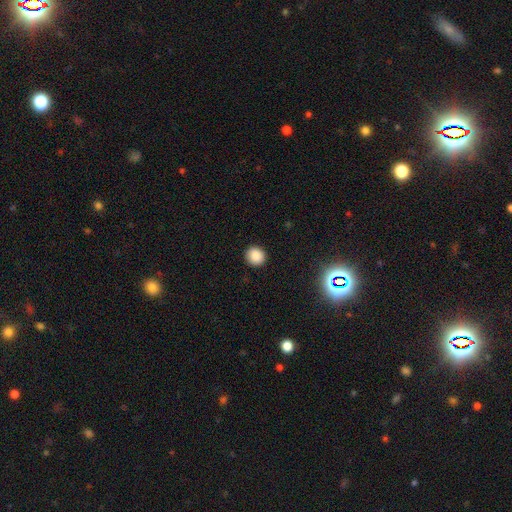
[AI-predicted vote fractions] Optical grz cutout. It shows a smooth galaxy with no disk features (86%) that is round (89%). Merging: none (91%).